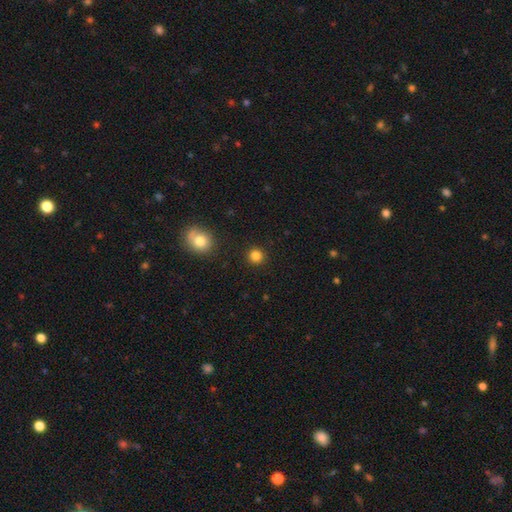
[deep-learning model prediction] Smooth or featured: smooth — 84% (star or artifact — 12%)
How rounded: round — 93% (in between — 6%)
Merging: none — 91% (minor disturbance — 5%)